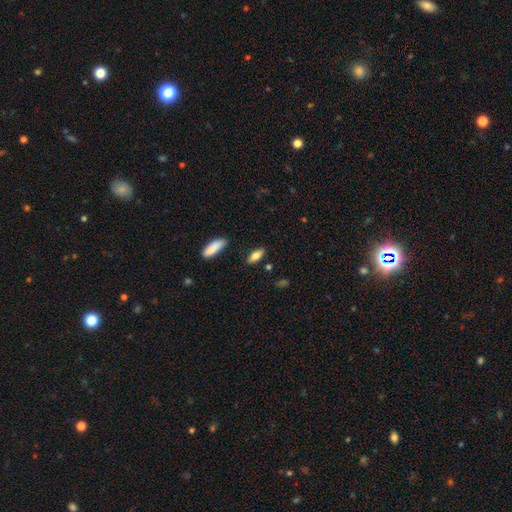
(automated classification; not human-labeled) smooth_or_featured: smooth (p=0.80) [alt: featured or disk p=0.13]
how_rounded: in between (p=0.69) [alt: cigar-shaped p=0.28]
merging: none (p=0.83) [alt: minor disturbance p=0.11]